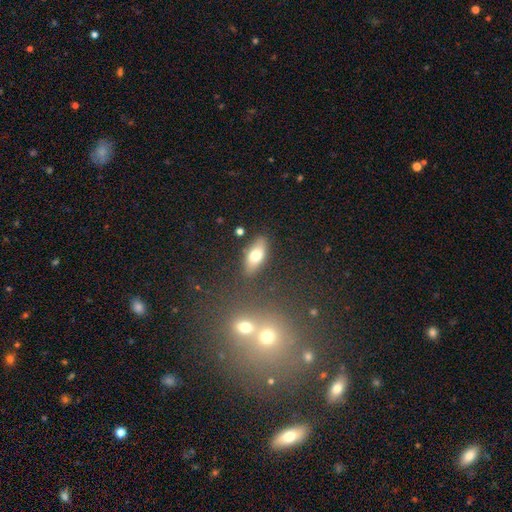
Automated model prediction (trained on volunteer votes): Smooth or featured?
  - smooth: 70% *
  - featured or disk: 22%
  - star or artifact: 8%
How rounded?
  - in between: 81% *
  - cigar-shaped: 15%
  - round: 4%
Merging?
  - none: 83% *
  - minor disturbance: 11%
  - merger: 3%
  - major disturbance: 3%